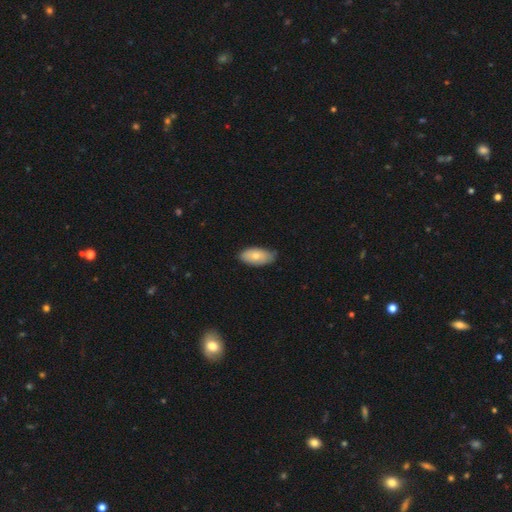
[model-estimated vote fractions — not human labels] smooth-or-featured: smooth: 75% | featured or disk: 19% | star or artifact: 6%
  how-rounded: in between: 93% | cigar-shaped: 4% | round: 3%
  merging: none: 70% | minor disturbance: 25% | major disturbance: 3% | merger: 1%